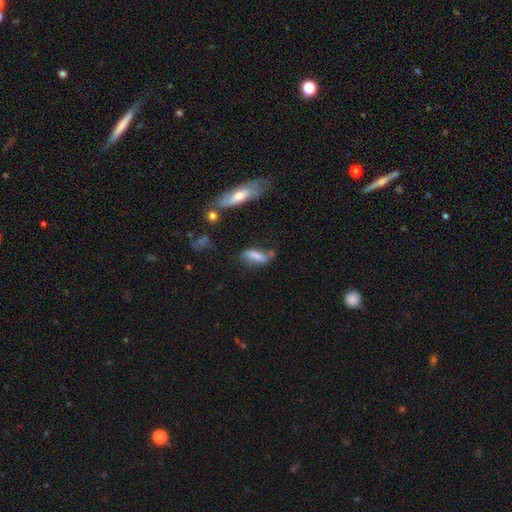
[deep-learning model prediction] Overall: smooth (65%; featured or disk 26%). How rounded: in between (57%; cigar-shaped 40%). Merging: none (48%; minor disturbance 29%).